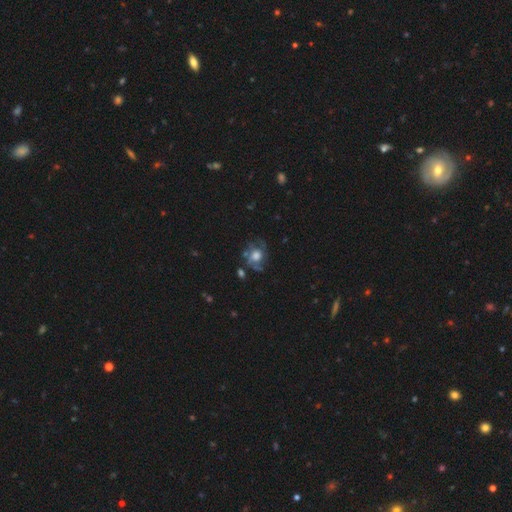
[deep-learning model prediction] Q: Smooth or featured?
A: featured or disk (57%); runner-up: smooth (32%)
Q: Edge-on disk?
A: no (97%); runner-up: yes (3%)
Q: Bar?
A: no (78%); runner-up: weak (18%)
Q: Spiral arms?
A: yes (71%); runner-up: no (29%)
Q: Bulge size?
A: large (51%); runner-up: moderate (31%)
Q: Merging?
A: none (54%); runner-up: minor disturbance (22%)